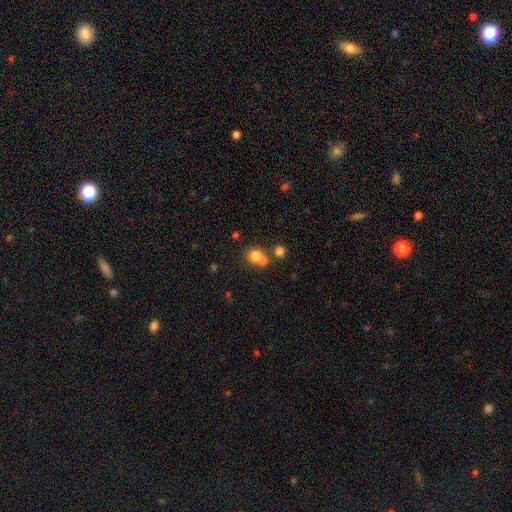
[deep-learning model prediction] The model was most divided on "merging": merger: 46%, none: 45%, minor disturbance: 6%, major disturbance: 3%. More confident: how rounded — round (83%); smooth or featured — smooth (74%).